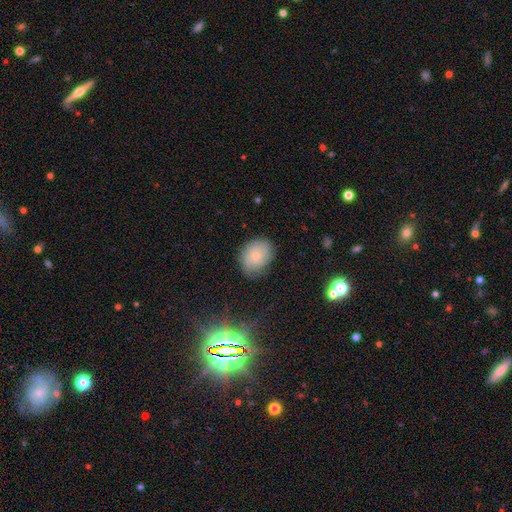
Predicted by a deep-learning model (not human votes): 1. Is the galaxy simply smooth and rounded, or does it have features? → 73% smooth, 18% featured or disk, 9% star or artifact.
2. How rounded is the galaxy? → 55% in between, 44% round, 1% cigar-shaped.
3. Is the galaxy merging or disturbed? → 73% none, 21% minor disturbance, 5% major disturbance, 1% merger.